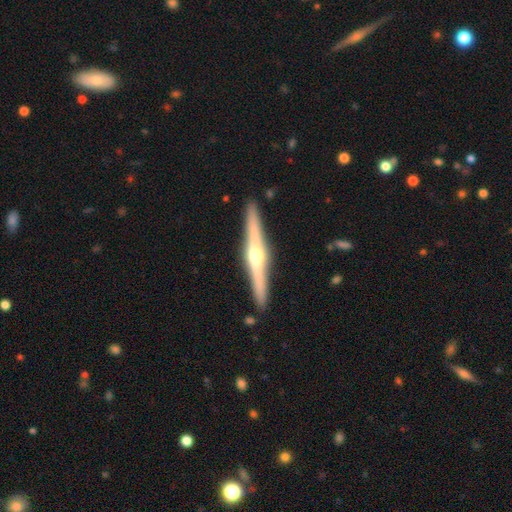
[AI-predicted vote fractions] A featured or disk galaxy (80%) viewed edge-on (98%) with a rounded central bulge (90%).

Vote fractions:
- Smooth or featured? featured or disk: 80% / smooth: 15% / star or artifact: 5%
- Edge-on disk? yes: 98% / no: 2%
- Edge-on bulge? rounded: 90% / boxy: 6% / none: 4%
- Merging? none: 91% / minor disturbance: 6% / major disturbance: 1% / merger: 1%